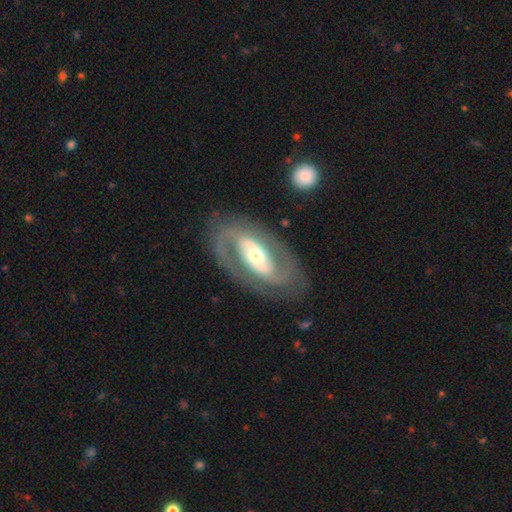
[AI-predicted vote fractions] This is clearly a featured or disk galaxy (86%). It is clearly not viewed edge-on (95%). Bar: marginally strong (40%). Spiral arm pattern: clearly yes (90%). Spiral arm count: clearly 2 (85%). Spiral winding: possibly medium (45%). Central bulge: possibly moderate (54%). Merging: likely none (79%).